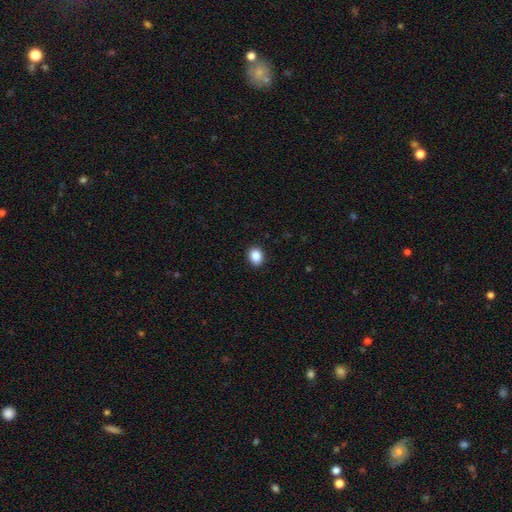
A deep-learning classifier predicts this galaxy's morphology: This appears to be a smooth galaxy with no disk features (87%) that is round (56%). Merging: none (91%).